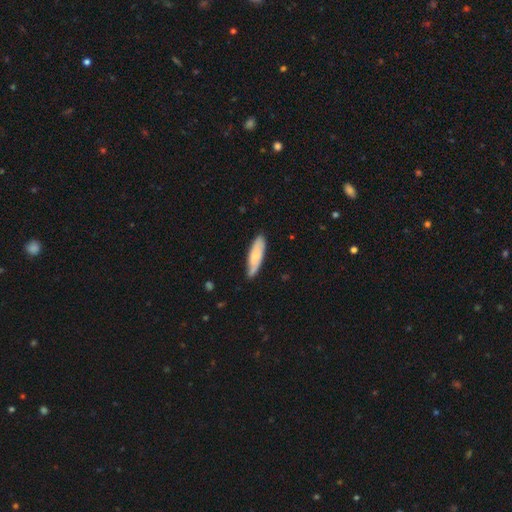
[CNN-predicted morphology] Smooth or featured? smooth (61%)
How rounded? cigar-shaped (57%)
Merging? none (74%)